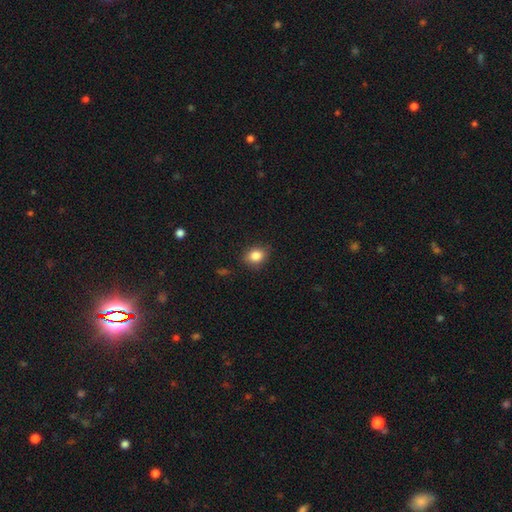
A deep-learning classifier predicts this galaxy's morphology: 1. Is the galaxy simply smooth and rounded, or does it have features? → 85% smooth, 10% star or artifact, 6% featured or disk.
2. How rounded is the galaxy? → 51% in between, 48% round, 1% cigar-shaped.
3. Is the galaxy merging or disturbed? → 84% none, 12% minor disturbance, 3% major disturbance, 1% merger.